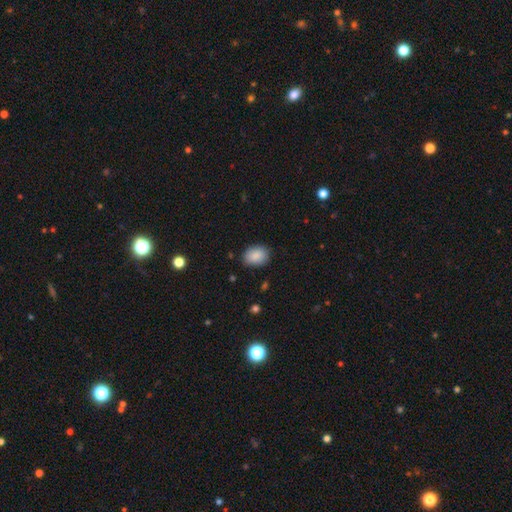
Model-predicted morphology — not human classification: The model was most divided on "how rounded": in between: 75%, round: 24%, cigar-shaped: 1%. More confident: smooth or featured — smooth (89%); merging — none (83%).